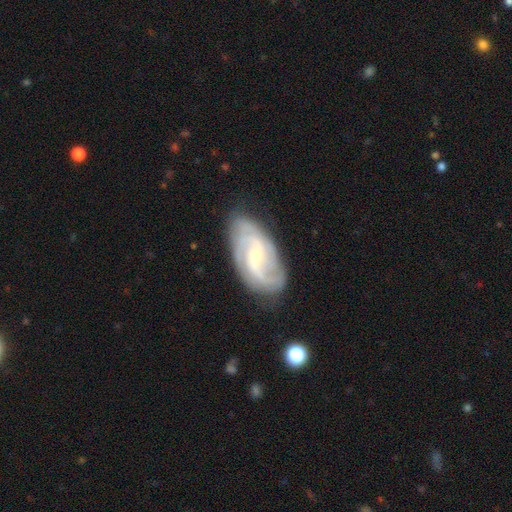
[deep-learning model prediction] Overall: featured or disk (87%). Edge-on disk: no (96%). Bar: weak (49%; no 35%). Spiral arms: yes (97%). Spiral arm count: 2 (46%; 3 22%). Spiral winding: medium (46%; tight 34%). Bulge size: small (65%; moderate 31%). Merging: none (78%).